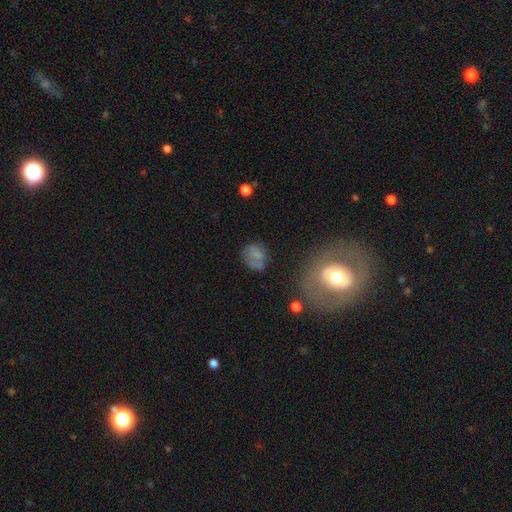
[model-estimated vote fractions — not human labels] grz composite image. It shows a smooth galaxy with no disk features (61%) that is round (57%). Merging: none (52%).